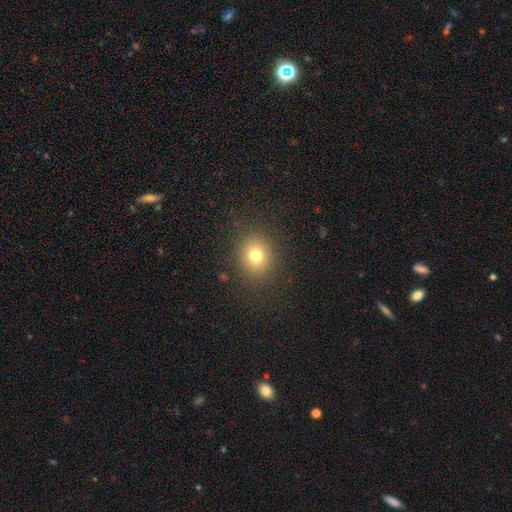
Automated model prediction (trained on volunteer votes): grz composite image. It shows a smooth galaxy with no disk features (77%) that is round (71%). Merging: none (87%).